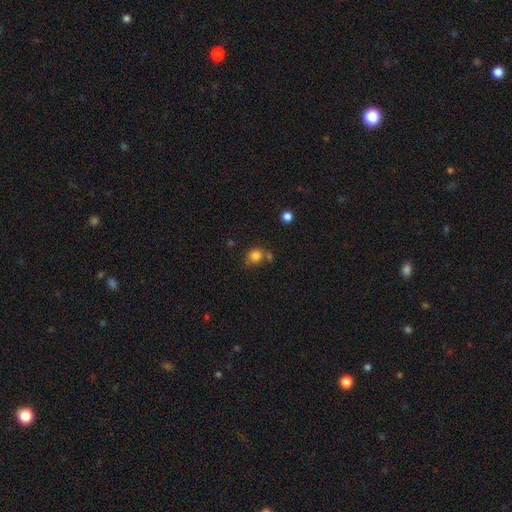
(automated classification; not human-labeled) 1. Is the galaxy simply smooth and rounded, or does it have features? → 82% smooth, 12% star or artifact, 6% featured or disk.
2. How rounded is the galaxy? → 78% round, 21% in between, 1% cigar-shaped.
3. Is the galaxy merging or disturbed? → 60% none, 18% merger, 17% minor disturbance, 6% major disturbance.